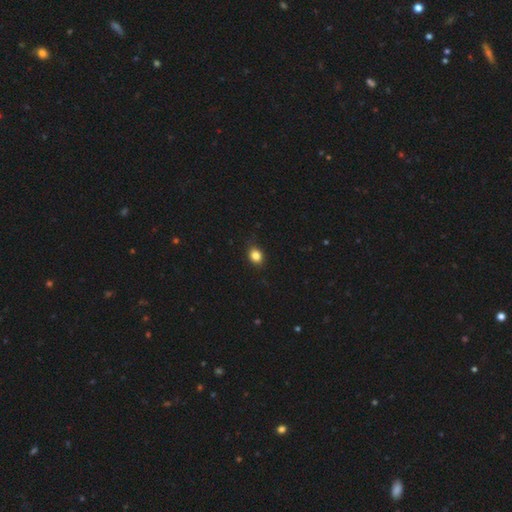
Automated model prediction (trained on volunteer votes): smooth-or-featured: smooth: 84% | star or artifact: 11% | featured or disk: 5%
  how-rounded: round: 52% | in between: 47% | cigar-shaped: 1%
  merging: none: 84% | minor disturbance: 13% | major disturbance: 2% | merger: 1%